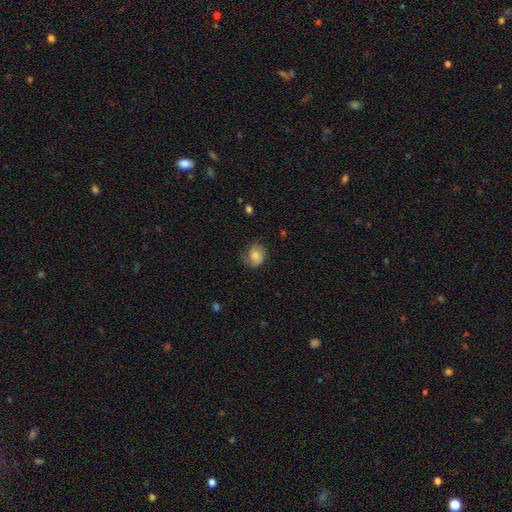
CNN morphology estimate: A smooth galaxy with no disk features (66%) that is round (65%).

Vote fractions:
- Smooth or featured? smooth: 66% / featured or disk: 25% / star or artifact: 9%
- How rounded? round: 65% / in between: 34% / cigar-shaped: 1%
- Merging? none: 59% / minor disturbance: 28% / major disturbance: 13% / merger: 1%